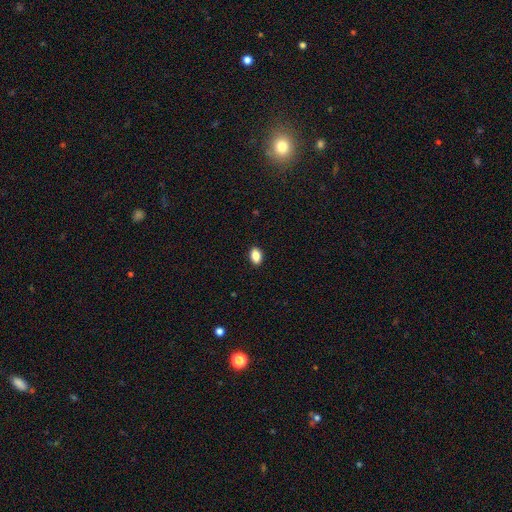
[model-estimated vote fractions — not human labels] Smooth or featured?
  - smooth: 88% *
  - star or artifact: 8%
  - featured or disk: 4%
How rounded?
  - in between: 86% *
  - round: 12%
  - cigar-shaped: 2%
Merging?
  - none: 90% *
  - minor disturbance: 7%
  - major disturbance: 2%
  - merger: 1%